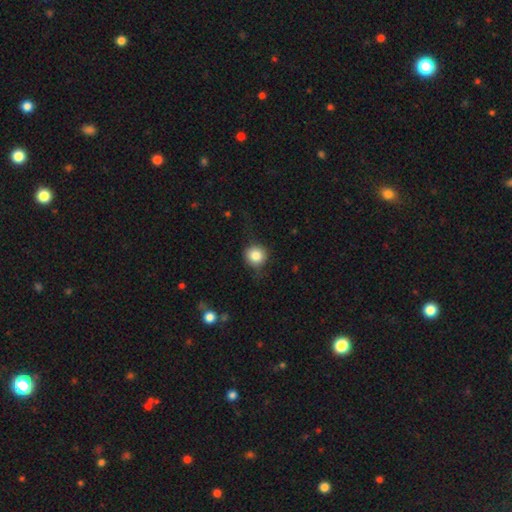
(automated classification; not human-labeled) smooth_or_featured: smooth (p=0.83) [alt: star or artifact p=0.09]
how_rounded: round (p=0.92) [alt: in between p=0.07]
merging: none (p=0.76) [alt: minor disturbance p=0.17]